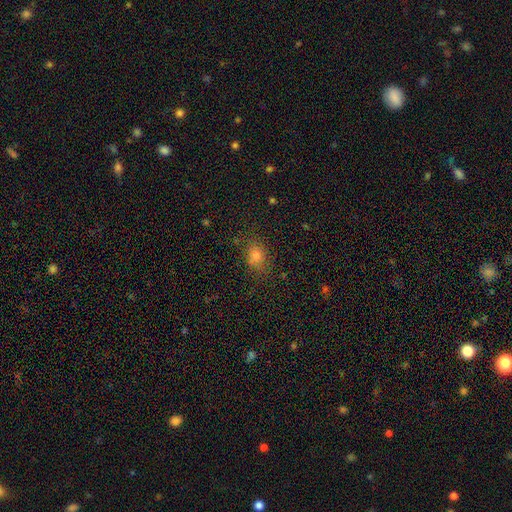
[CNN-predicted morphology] Q: Smooth or featured?
A: smooth (75%); runner-up: star or artifact (17%)
Q: How rounded?
A: in between (56%); runner-up: round (42%)
Q: Merging?
A: none (79%); runner-up: minor disturbance (14%)